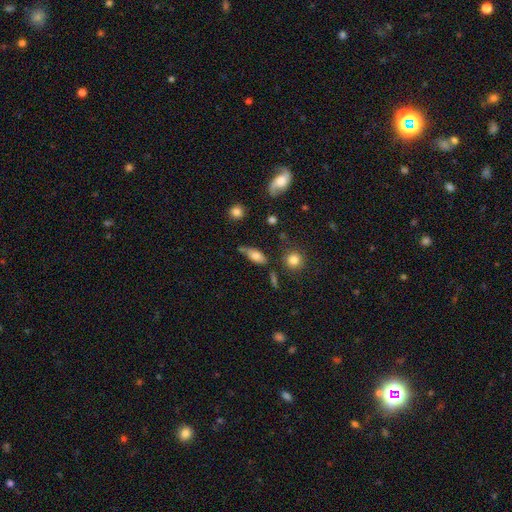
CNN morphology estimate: A smooth galaxy with no disk features (73%) that is in between round and cigar-shaped (81%).

Vote fractions:
- Smooth or featured? smooth: 73% / featured or disk: 19% / star or artifact: 9%
- How rounded? in between: 81% / cigar-shaped: 14% / round: 5%
- Merging? none: 60% / minor disturbance: 23% / merger: 10% / major disturbance: 7%